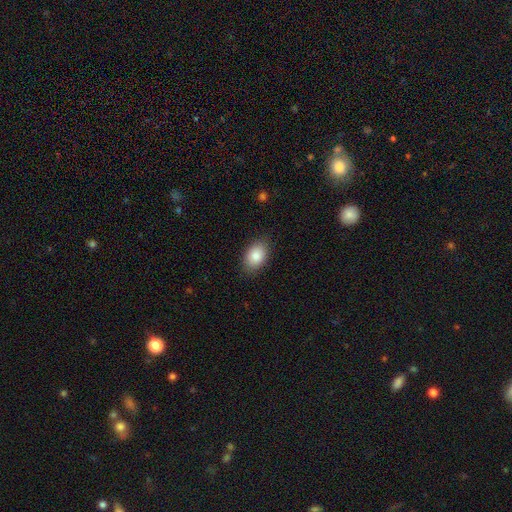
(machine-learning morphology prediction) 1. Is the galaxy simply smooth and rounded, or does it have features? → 86% smooth, 7% star or artifact, 7% featured or disk.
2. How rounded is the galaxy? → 87% in between, 12% round, 1% cigar-shaped.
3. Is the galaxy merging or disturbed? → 85% none, 11% minor disturbance, 3% major disturbance, 1% merger.